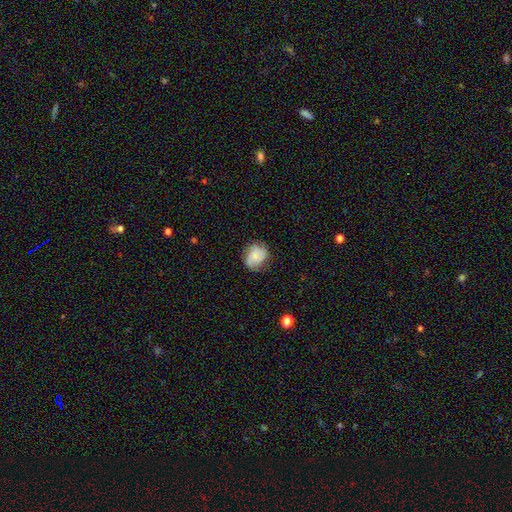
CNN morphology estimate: The model was most divided on "how rounded": round: 56%, in between: 43%, cigar-shaped: 1%. More confident: merging — none (69%); smooth or featured — smooth (54%).